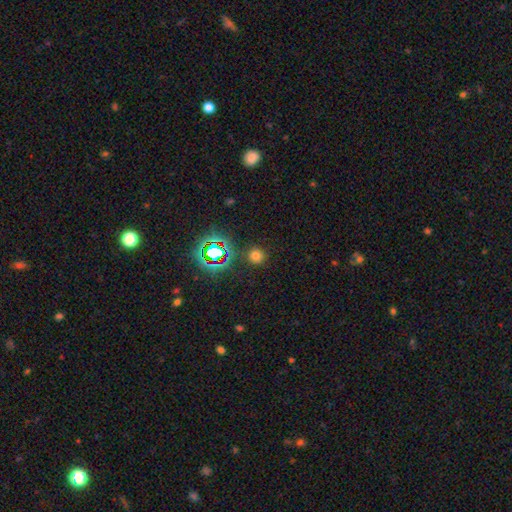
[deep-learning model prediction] This appears to be a smooth galaxy with no disk features (67%) that is round (91%). Merging: none (86%).